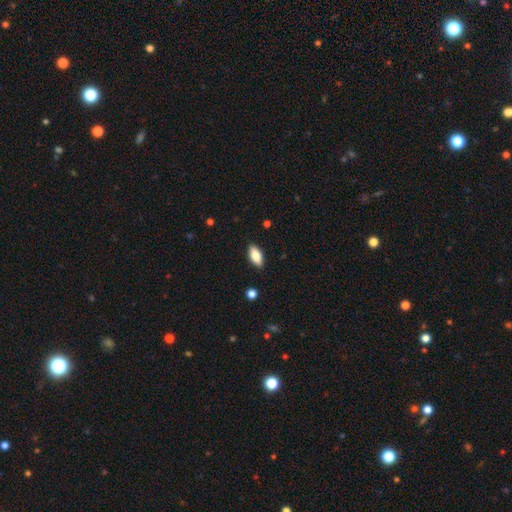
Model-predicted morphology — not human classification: smooth_or_featured: smooth (p=0.83) [alt: featured or disk p=0.11]
how_rounded: in between (p=0.86) [alt: cigar-shaped p=0.12]
merging: none (p=0.88) [alt: minor disturbance p=0.09]